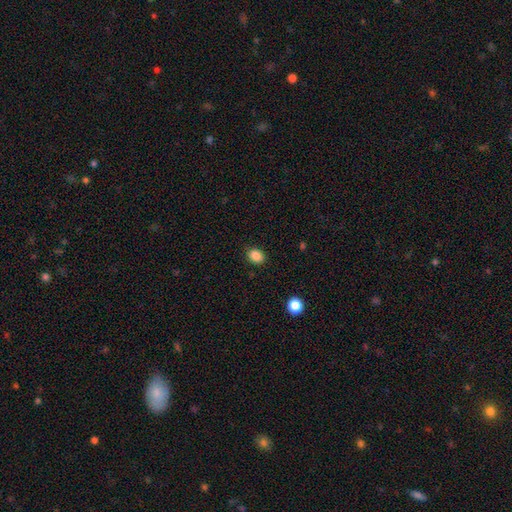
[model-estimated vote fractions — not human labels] Q: Smooth or featured?
A: smooth (86%); runner-up: star or artifact (10%)
Q: How rounded?
A: in between (55%); runner-up: round (44%)
Q: Merging?
A: none (88%); runner-up: minor disturbance (9%)